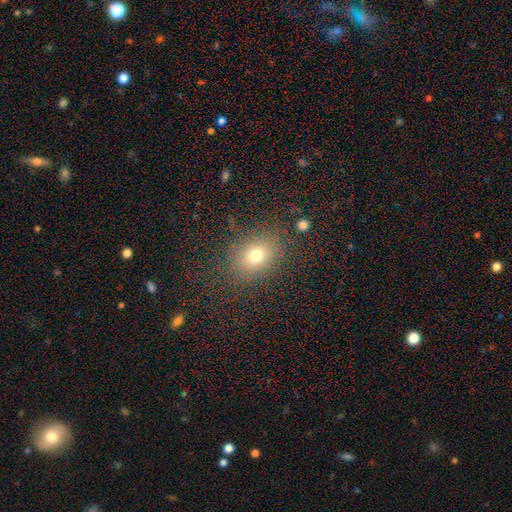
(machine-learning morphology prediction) Smooth or featured: smooth — 73% (star or artifact — 15%)
How rounded: in between — 62% (round — 37%)
Merging: none — 83% (minor disturbance — 10%)